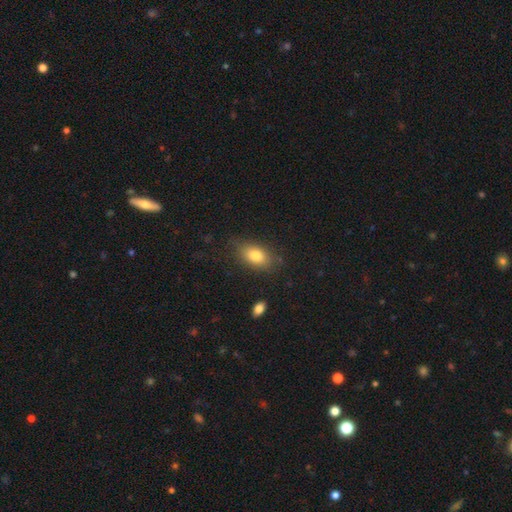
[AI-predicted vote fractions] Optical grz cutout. It shows a smooth galaxy with no disk features (80%) that is in between round and cigar-shaped (85%). Merging: none (77%).